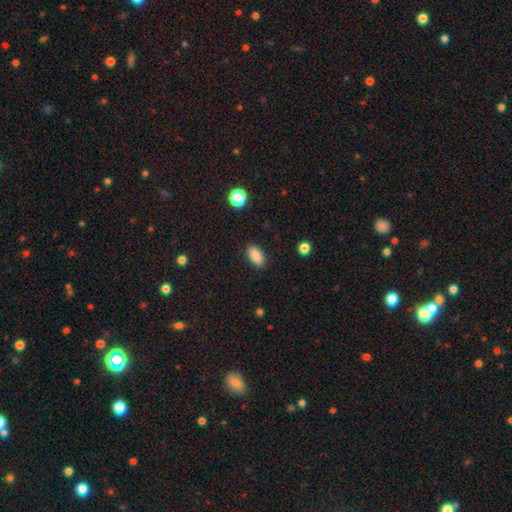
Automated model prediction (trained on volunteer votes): Smooth or featured: smooth — 88% (star or artifact — 8%)
How rounded: in between — 92% (round — 4%)
Merging: none — 89% (minor disturbance — 8%)